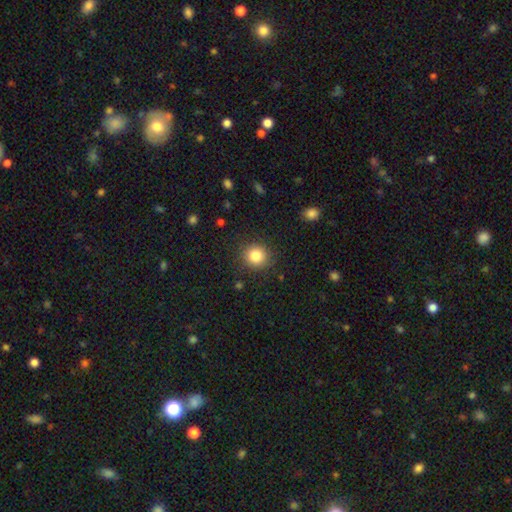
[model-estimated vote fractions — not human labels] Smooth or featured? smooth (83%)
How rounded? round (90%)
Merging? none (89%)